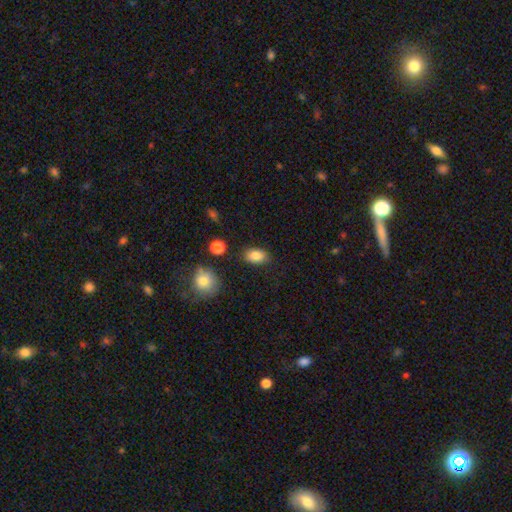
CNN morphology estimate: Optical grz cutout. It shows a smooth galaxy with no disk features (85%) that is in between round and cigar-shaped (86%). Merging: none (82%).